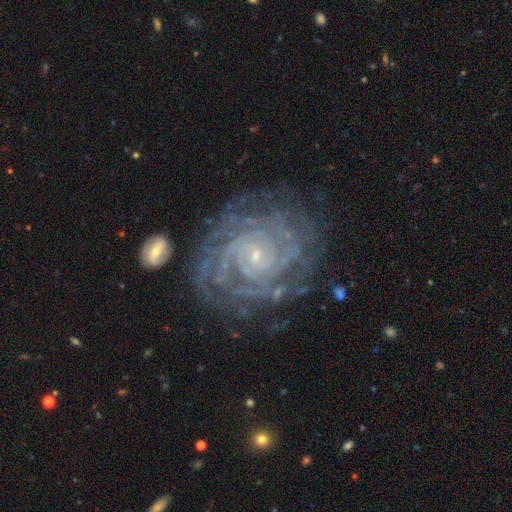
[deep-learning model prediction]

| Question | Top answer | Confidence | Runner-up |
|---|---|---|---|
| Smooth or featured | featured or disk | 89% | star or artifact (6%) |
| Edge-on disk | no | 97% | yes (3%) |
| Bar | no | 73% | weak (19%) |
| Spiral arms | yes | 98% | no (2%) |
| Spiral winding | tight | 84% | medium (14%) |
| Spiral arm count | can't tell | 23% | 4 (22%) |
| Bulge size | small | 88% | moderate (8%) |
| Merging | none | 77% | minor disturbance (15%) |